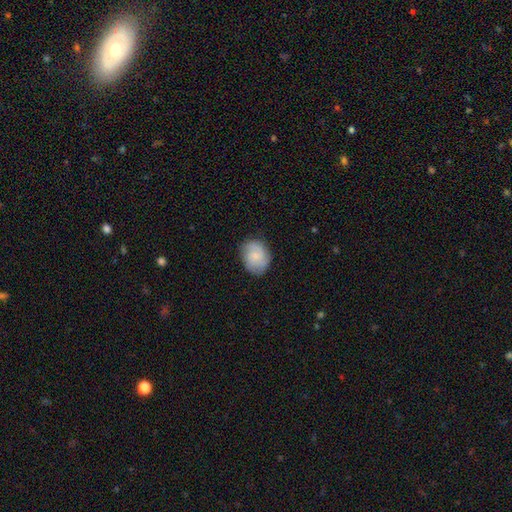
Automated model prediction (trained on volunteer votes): Morphology: type=featured or disk (48%); merging=none (80%).